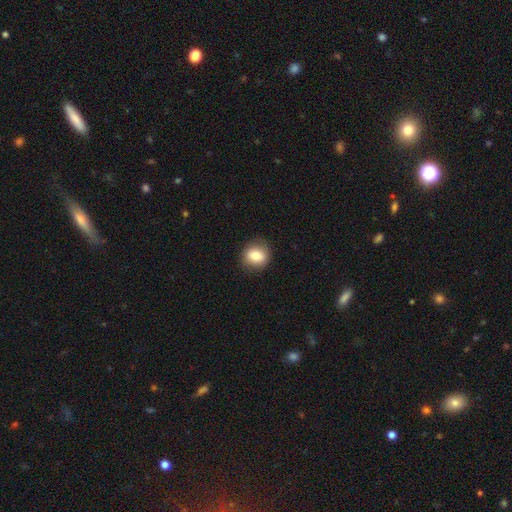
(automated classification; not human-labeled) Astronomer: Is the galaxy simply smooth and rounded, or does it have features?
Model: smooth — 80%.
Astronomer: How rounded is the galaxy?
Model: round — 75%.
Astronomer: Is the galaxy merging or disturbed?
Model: none — 87%.